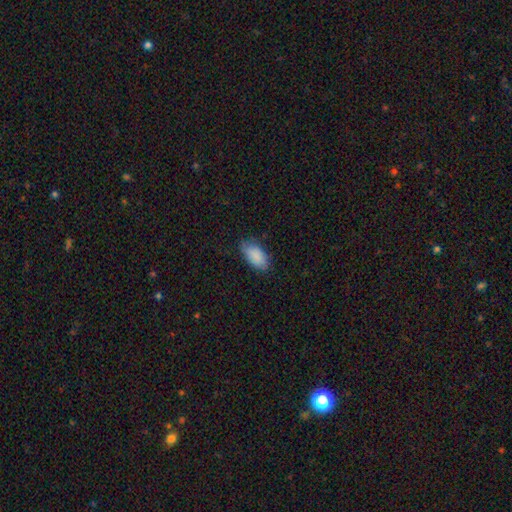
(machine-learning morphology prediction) A smooth galaxy with no disk features (87%) that is in between round and cigar-shaped (94%). Merging: none (73%).